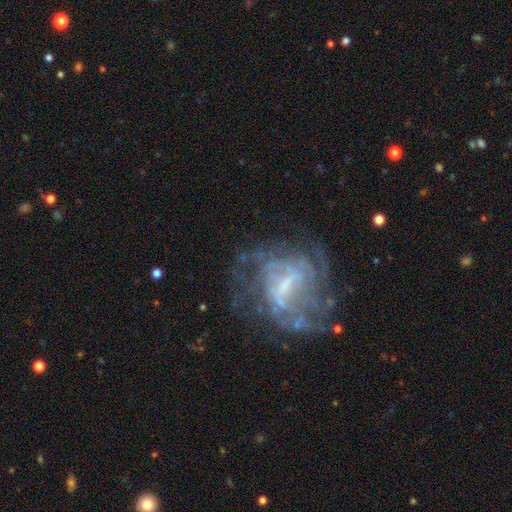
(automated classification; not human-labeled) This is likely a featured or disk galaxy (77%). It is clearly not viewed edge-on (96%). Bar: possibly weak (51%). Spiral arm pattern: likely yes (78%). Spiral arm count: possibly can't tell (51%). Spiral winding: marginally tight (44%). Central bulge: possibly small (48%). Merging: likely none (62%).